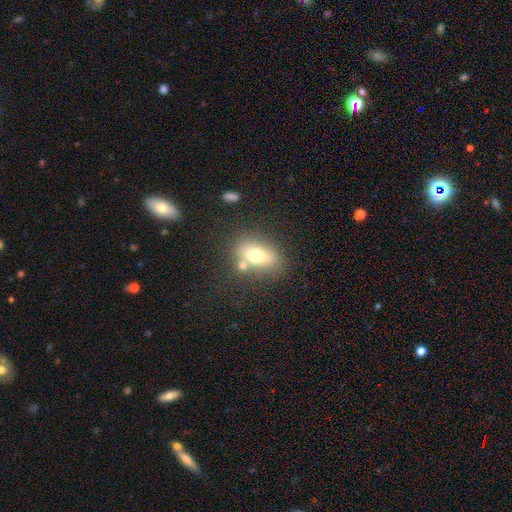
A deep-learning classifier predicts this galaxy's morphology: smooth-or-featured: smooth: 69% | featured or disk: 21% | star or artifact: 11%
  how-rounded: in between: 77% | round: 20% | cigar-shaped: 4%
  merging: none: 61% | merger: 20% | minor disturbance: 14% | major disturbance: 6%